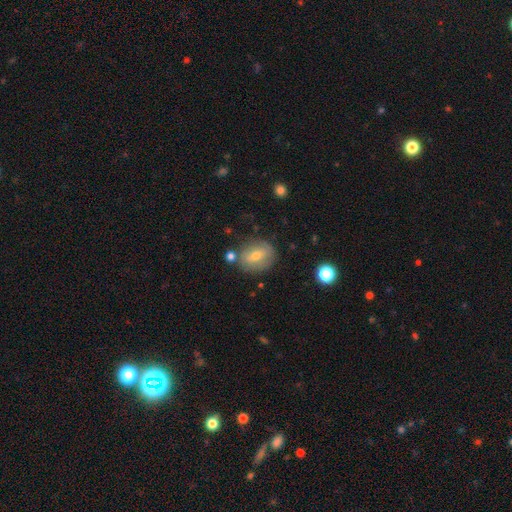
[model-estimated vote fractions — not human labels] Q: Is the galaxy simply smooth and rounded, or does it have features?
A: smooth — 55%.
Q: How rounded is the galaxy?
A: round — 53%.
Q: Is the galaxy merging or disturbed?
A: none — 71%.